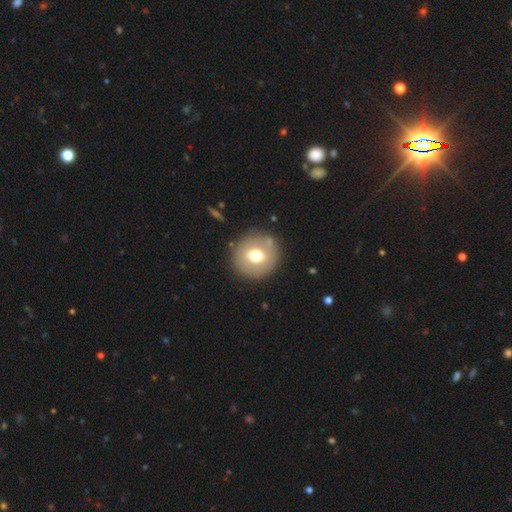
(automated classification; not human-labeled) smooth-or-featured: smooth: 64% | featured or disk: 27% | star or artifact: 9%
  how-rounded: round: 92% | in between: 7% | cigar-shaped: 1%
  merging: none: 86% | minor disturbance: 8% | major disturbance: 3% | merger: 2%